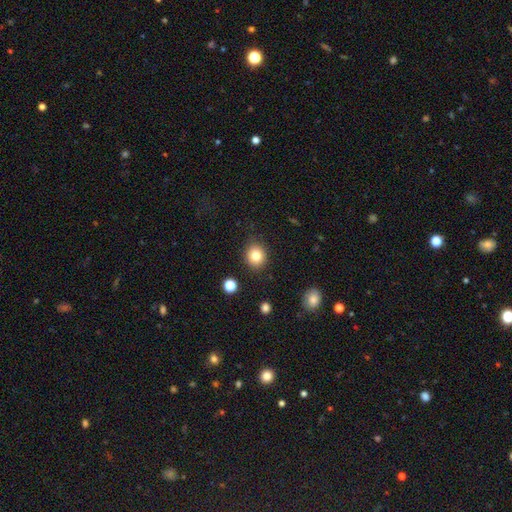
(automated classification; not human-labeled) smooth 80%, star or artifact 11%, featured or disk 8%. Down the decision tree: how rounded — round (79%); merging — none (87%).